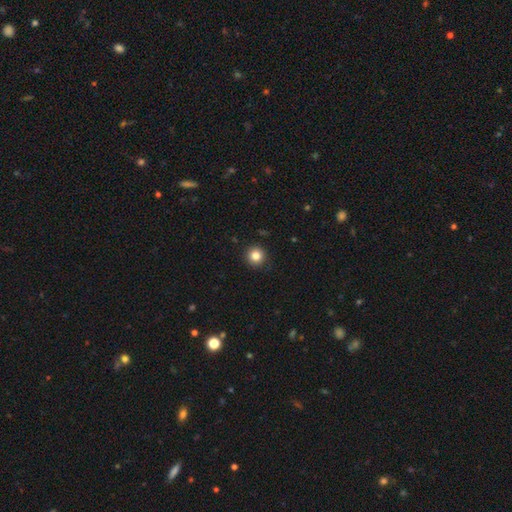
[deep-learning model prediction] Morphology: type=smooth (84%); roundness=round (96%); merging=none (92%).